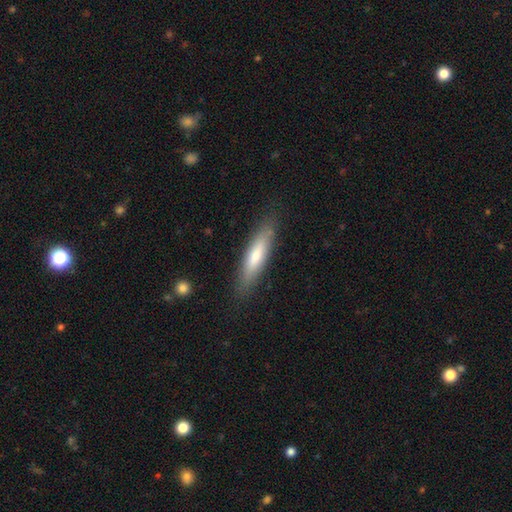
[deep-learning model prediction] Smooth or featured? Predicted: smooth (p=0.59). How rounded? Predicted: cigar-shaped (p=0.80). Merging? Predicted: none (p=0.86).